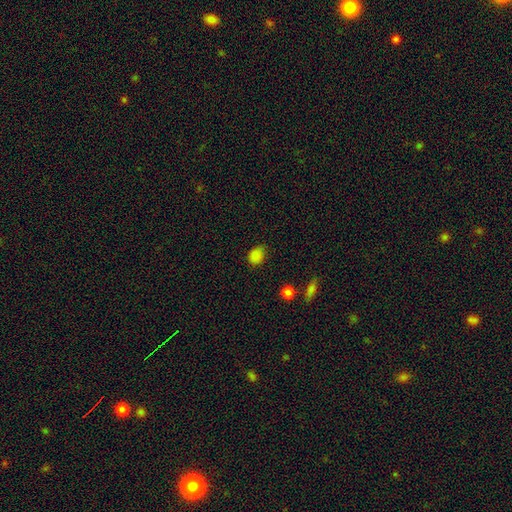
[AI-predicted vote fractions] Overall: smooth (84%). How rounded: round (53%; in between 46%). Merging: none (70%).